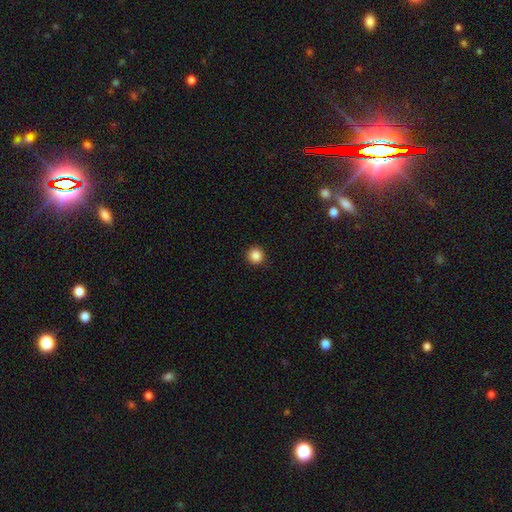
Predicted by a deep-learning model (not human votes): smooth_or_featured: smooth (p=0.87) [alt: star or artifact p=0.10]
how_rounded: round (p=0.95) [alt: in between p=0.04]
merging: none (p=0.93) [alt: minor disturbance p=0.05]